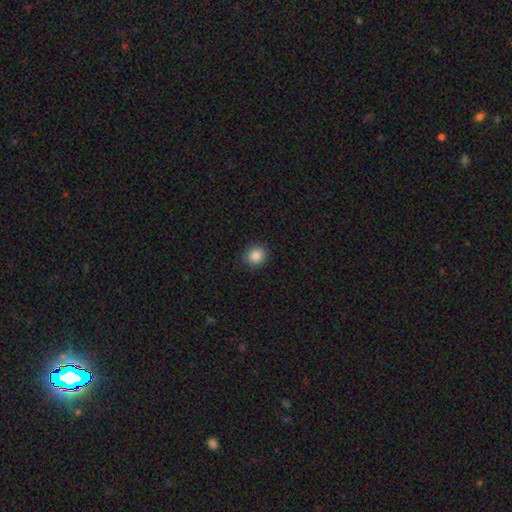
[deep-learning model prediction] The model was most divided on "how rounded": round: 79%, in between: 20%, cigar-shaped: 1%. More confident: merging — none (90%); smooth or featured — smooth (86%).